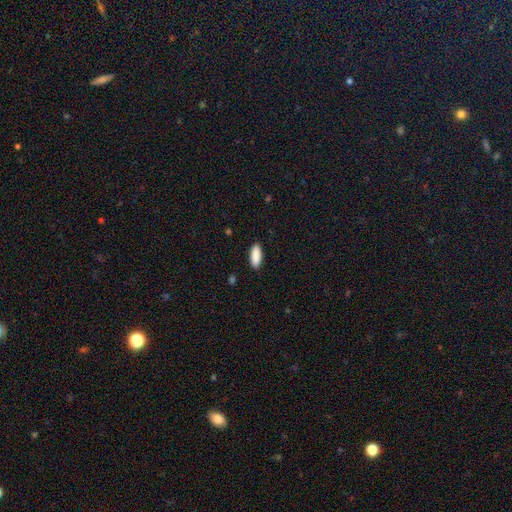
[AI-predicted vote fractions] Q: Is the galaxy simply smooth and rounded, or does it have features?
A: smooth — 90%.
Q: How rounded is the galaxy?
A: in between — 78%.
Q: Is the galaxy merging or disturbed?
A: none — 90%.